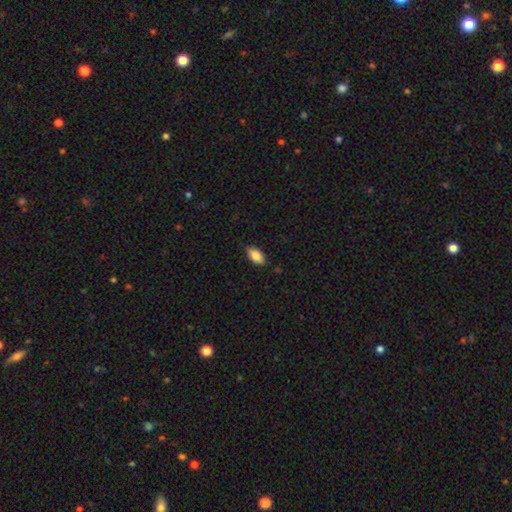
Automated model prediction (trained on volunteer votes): smooth_or_featured: smooth (p=0.85) [alt: featured or disk p=0.08]
how_rounded: in between (p=0.92) [alt: cigar-shaped p=0.04]
merging: none (p=0.81) [alt: minor disturbance p=0.15]